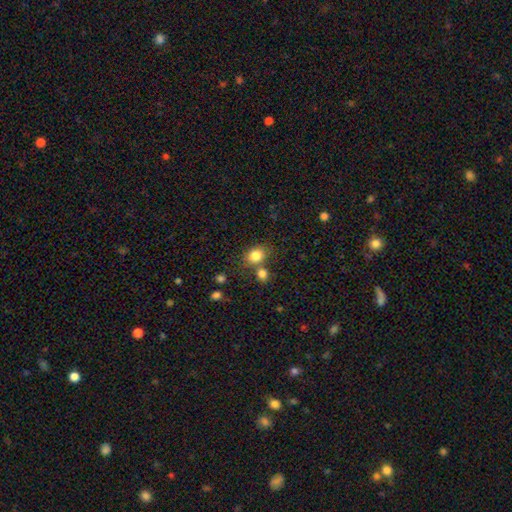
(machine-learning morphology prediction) A smooth galaxy with no disk features (83%) that is round (54%). Merging: none (61%).